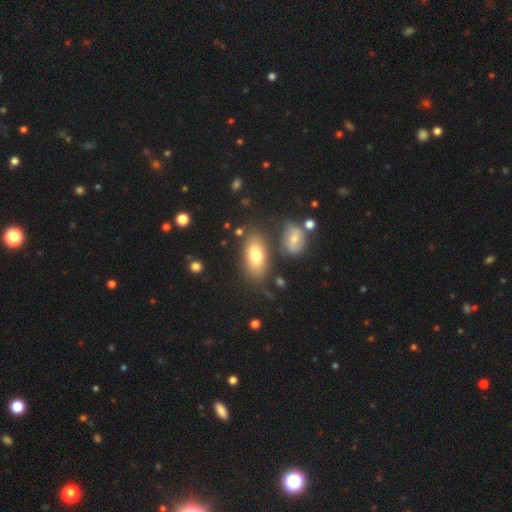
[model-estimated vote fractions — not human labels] This appears to be a smooth galaxy with no disk features (73%) that is in between round and cigar-shaped (90%). Merging: none (74%).